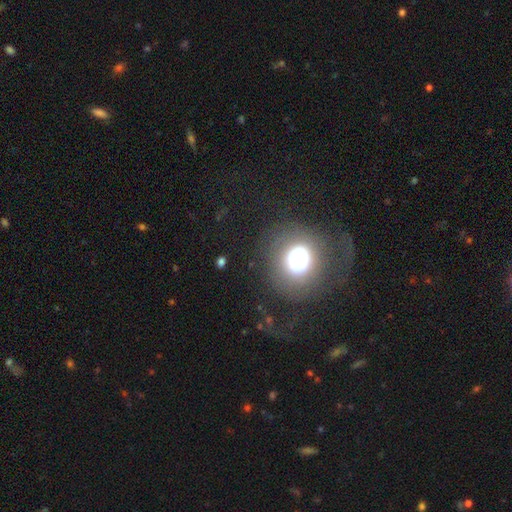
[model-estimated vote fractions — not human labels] A smooth galaxy with no disk features (44%). Merging: none (74%).